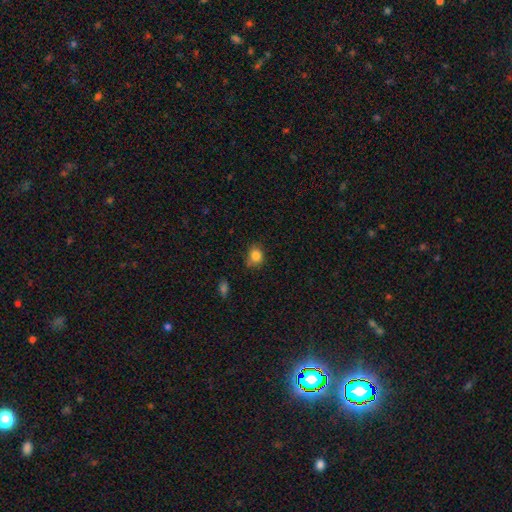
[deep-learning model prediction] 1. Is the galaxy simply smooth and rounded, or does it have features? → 84% smooth, 11% star or artifact, 6% featured or disk.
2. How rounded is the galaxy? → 70% round, 29% in between, 1% cigar-shaped.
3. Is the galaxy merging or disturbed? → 74% none, 19% minor disturbance, 4% major disturbance, 3% merger.